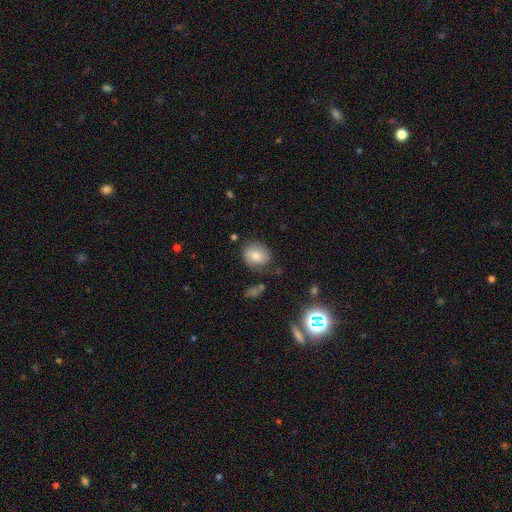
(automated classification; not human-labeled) This is likely a smooth galaxy (72%). How rounded: possibly round (56%). Merging: likely none (73%).